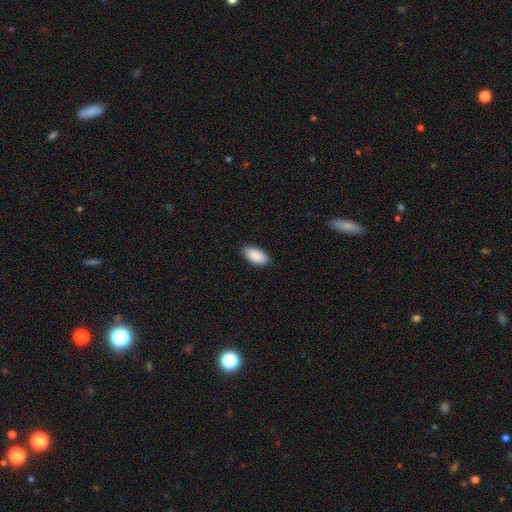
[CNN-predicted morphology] A smooth galaxy with no disk features (91%) that is in between round and cigar-shaped (94%).

Vote fractions:
- Smooth or featured? smooth: 91% / star or artifact: 6% / featured or disk: 3%
- How rounded? in between: 94% / cigar-shaped: 4% / round: 2%
- Merging? none: 87% / minor disturbance: 10% / major disturbance: 2% / merger: 1%